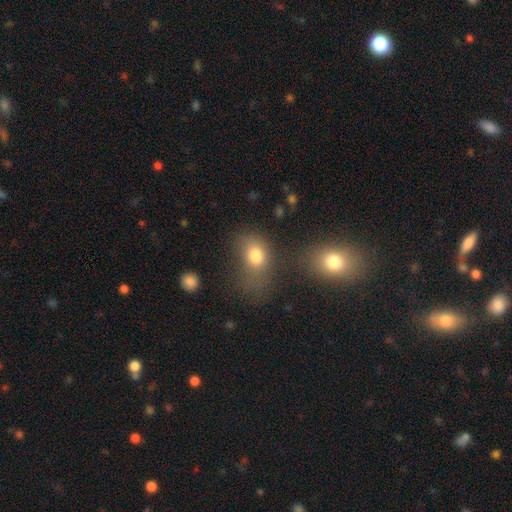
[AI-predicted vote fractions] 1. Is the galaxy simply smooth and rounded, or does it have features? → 77% smooth, 12% star or artifact, 11% featured or disk.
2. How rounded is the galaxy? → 66% in between, 33% round, 2% cigar-shaped.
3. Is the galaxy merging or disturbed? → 39% none, 26% major disturbance, 23% minor disturbance, 13% merger.